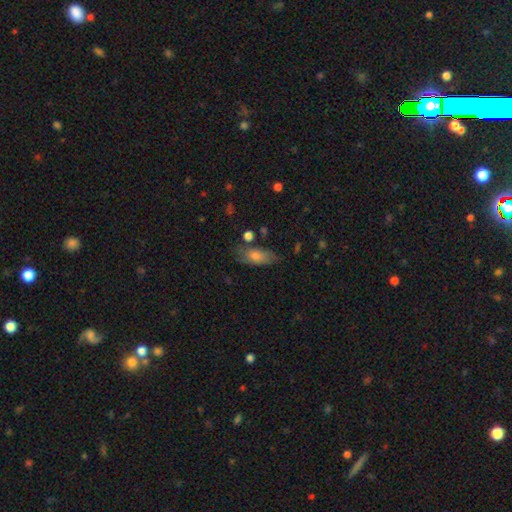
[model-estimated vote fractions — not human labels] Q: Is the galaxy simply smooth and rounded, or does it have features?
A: smooth — 69%.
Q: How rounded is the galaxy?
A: in between — 78%.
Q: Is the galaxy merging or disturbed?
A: none — 66%.